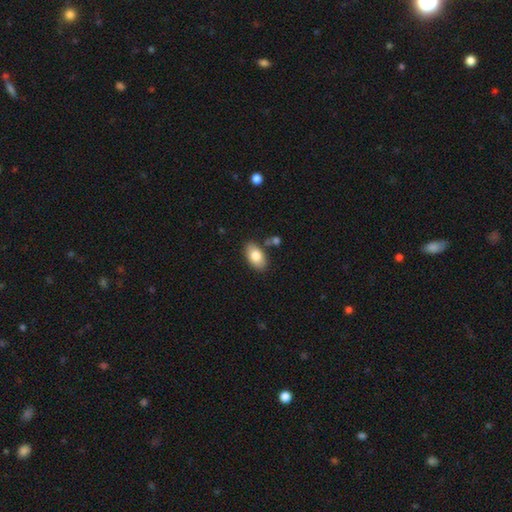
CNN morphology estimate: type=smooth (81%); roundness=in between (93%); merging=none (80%).